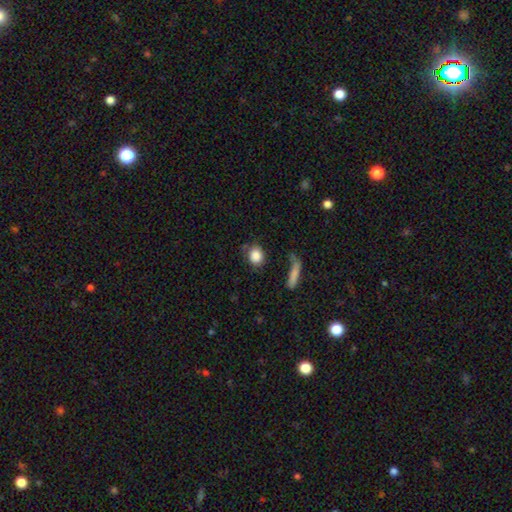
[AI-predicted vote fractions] A smooth galaxy with no disk features (85%) that is round (69%). Merging: none (64%).